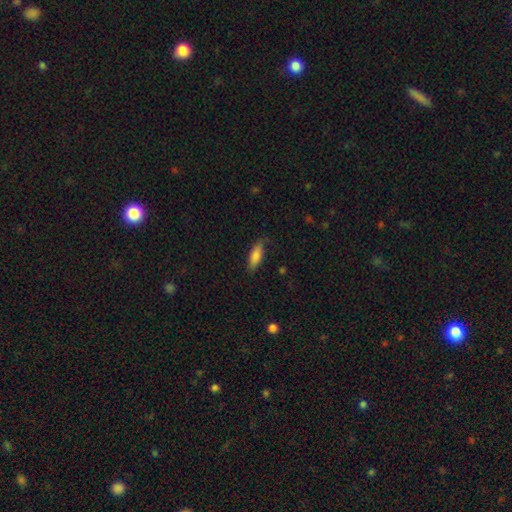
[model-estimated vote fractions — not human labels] Overall: smooth (82%). How rounded: in between (62%; cigar-shaped 36%). Merging: none (75%).